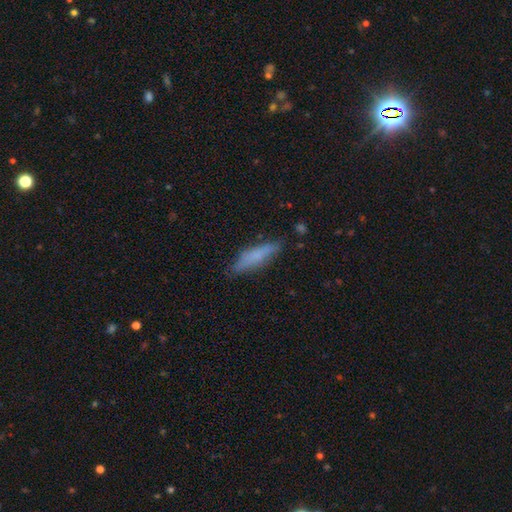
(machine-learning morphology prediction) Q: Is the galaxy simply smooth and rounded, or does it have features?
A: smooth — 68%.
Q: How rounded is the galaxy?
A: cigar-shaped — 76%.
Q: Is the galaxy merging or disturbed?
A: none — 79%.